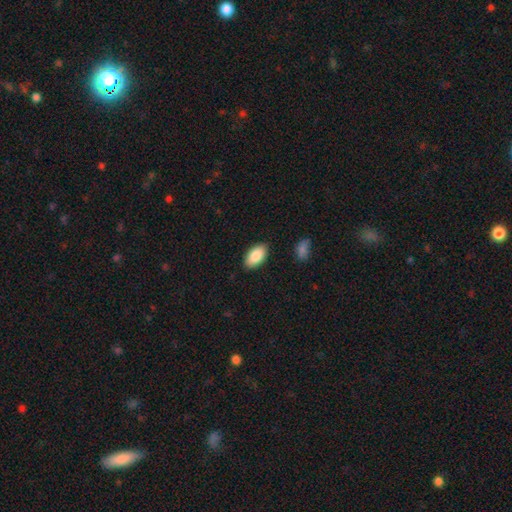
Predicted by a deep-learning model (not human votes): This is clearly a smooth galaxy (87%). How rounded: clearly in between (95%). Merging: clearly none (87%).